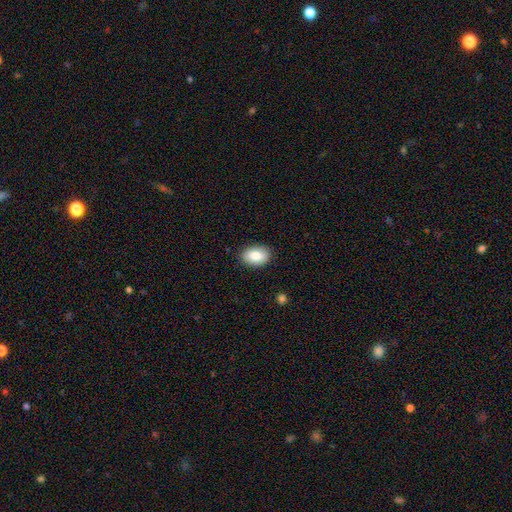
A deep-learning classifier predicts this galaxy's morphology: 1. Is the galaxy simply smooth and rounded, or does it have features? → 86% smooth, 7% featured or disk, 7% star or artifact.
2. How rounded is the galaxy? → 87% in between, 12% round, 1% cigar-shaped.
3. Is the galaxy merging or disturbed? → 87% none, 9% minor disturbance, 2% major disturbance, 1% merger.